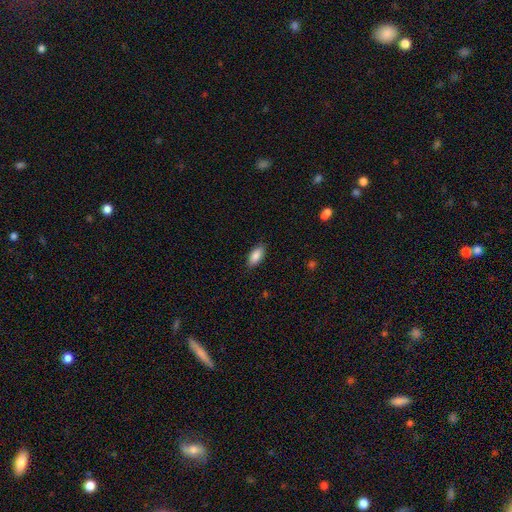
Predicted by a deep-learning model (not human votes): A smooth galaxy with no disk features (88%) that is in between round and cigar-shaped (89%).

Vote fractions:
- Smooth or featured? smooth: 88% / star or artifact: 7% / featured or disk: 6%
- How rounded? in between: 89% / cigar-shaped: 9% / round: 2%
- Merging? none: 86% / minor disturbance: 11% / major disturbance: 2% / merger: 1%